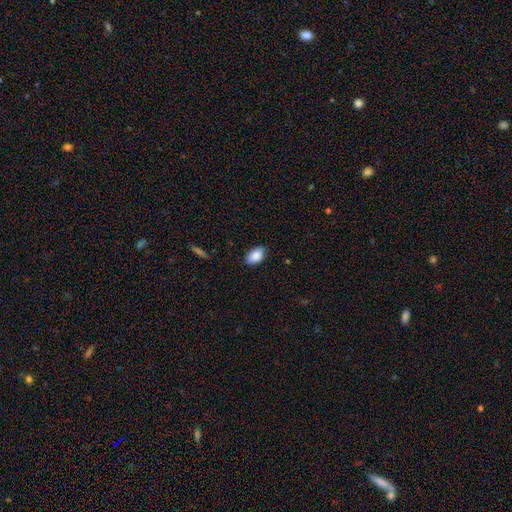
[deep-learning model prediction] Smooth or featured? smooth (88%)
How rounded? in between (91%)
Merging? none (84%)